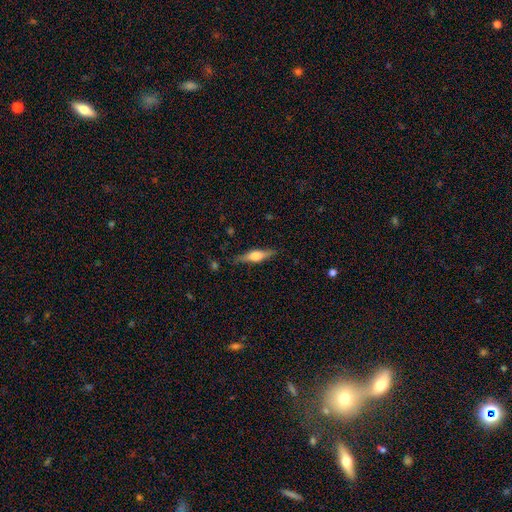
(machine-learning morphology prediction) The model was most divided on "smooth or featured": featured or disk: 56%, smooth: 38%, star or artifact: 6%. More confident: edge-on disk — yes (95%); edge-on bulge — rounded (87%); merging — none (84%).